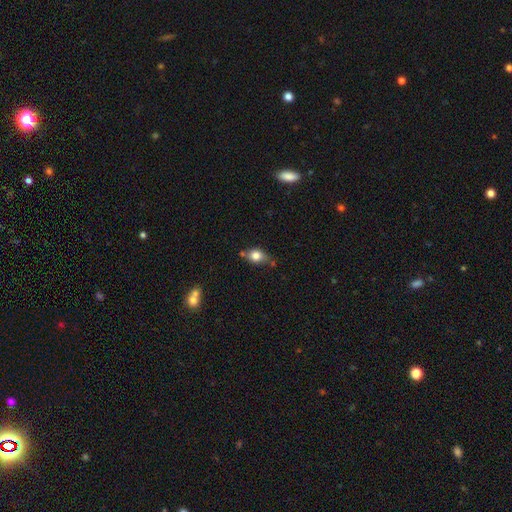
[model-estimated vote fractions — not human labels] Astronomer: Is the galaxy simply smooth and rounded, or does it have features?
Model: smooth — 78%.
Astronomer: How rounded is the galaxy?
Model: in between — 61% (runner-up: round, 36%).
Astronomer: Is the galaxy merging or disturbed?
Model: none — 59%.